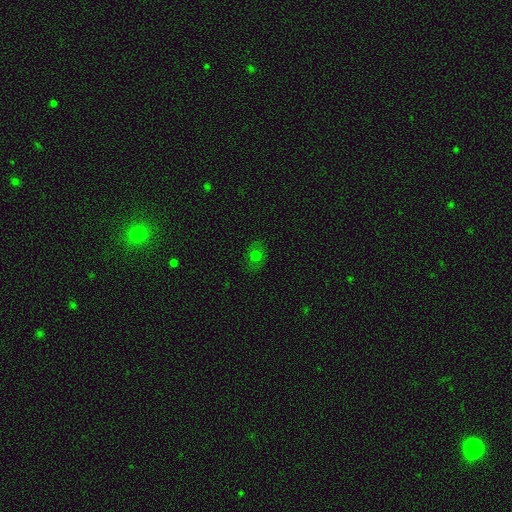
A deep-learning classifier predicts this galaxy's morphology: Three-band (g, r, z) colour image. It shows a smooth galaxy with no disk features (63%) that is round (65%). Merging: none (81%).